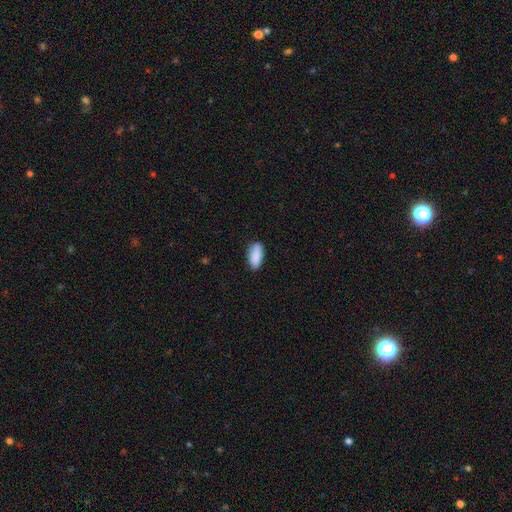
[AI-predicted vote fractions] Morphology: type=smooth (89%); roundness=in between (84%); merging=none (84%).